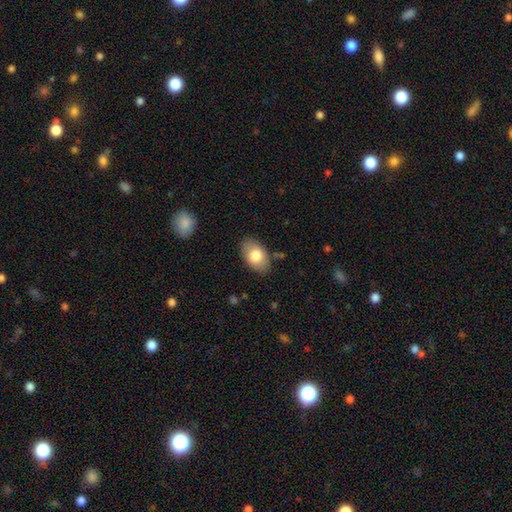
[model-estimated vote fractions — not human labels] smooth_or_featured: smooth (p=0.78) [alt: featured or disk p=0.16]
how_rounded: in between (p=0.91) [alt: round p=0.08]
merging: none (p=0.84) [alt: minor disturbance p=0.12]